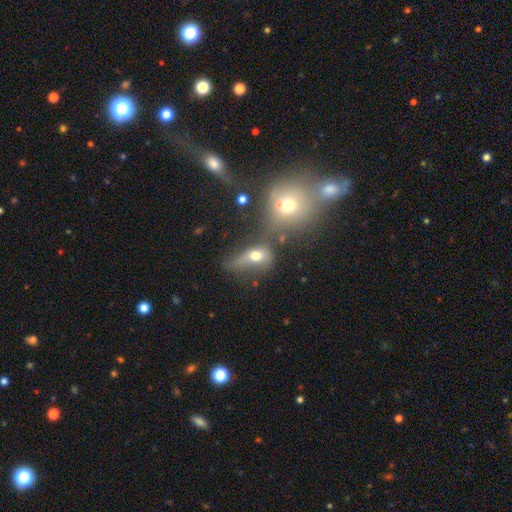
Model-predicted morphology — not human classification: smooth_or_featured: smooth (p=0.61) [alt: featured or disk p=0.21]
how_rounded: in between (p=0.58) [alt: round p=0.35]
merging: merger (p=0.37) [alt: none p=0.25]